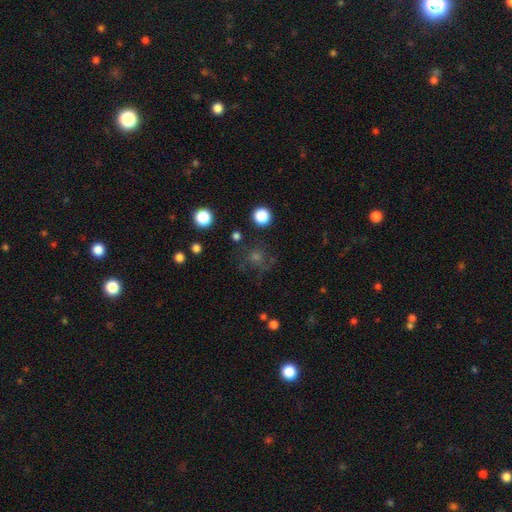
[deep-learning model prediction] Q: Smooth or featured?
A: smooth (41%); runner-up: star or artifact (40%)
Q: Merging?
A: none (75%); runner-up: minor disturbance (13%)